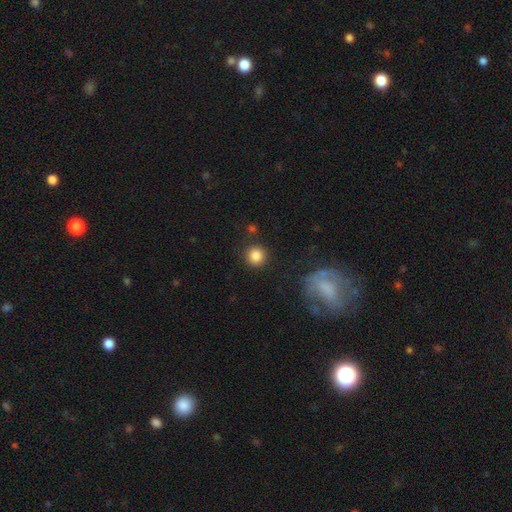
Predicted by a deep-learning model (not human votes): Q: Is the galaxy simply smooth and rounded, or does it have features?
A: smooth — 85%.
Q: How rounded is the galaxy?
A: round — 94%.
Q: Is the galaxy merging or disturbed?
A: none — 88%.